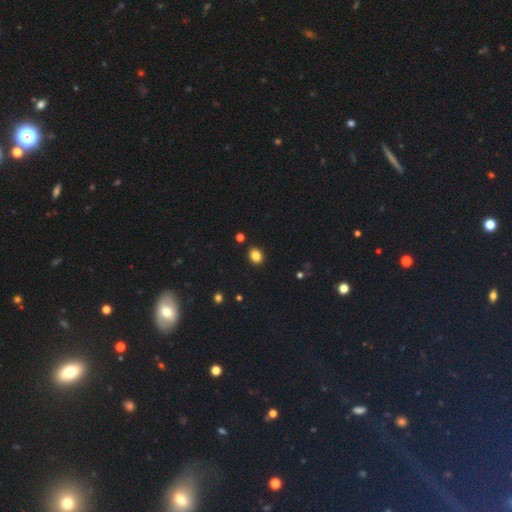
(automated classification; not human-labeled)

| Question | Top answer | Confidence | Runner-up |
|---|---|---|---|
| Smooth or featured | smooth | 84% | star or artifact (11%) |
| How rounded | in between | 59% | round (40%) |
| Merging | none | 89% | minor disturbance (7%) |